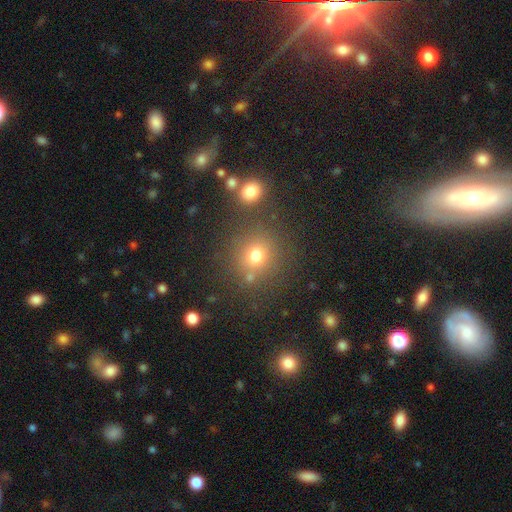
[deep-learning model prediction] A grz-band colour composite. It shows a smooth galaxy with no disk features (74%) that is round (88%). Merging: none (76%).